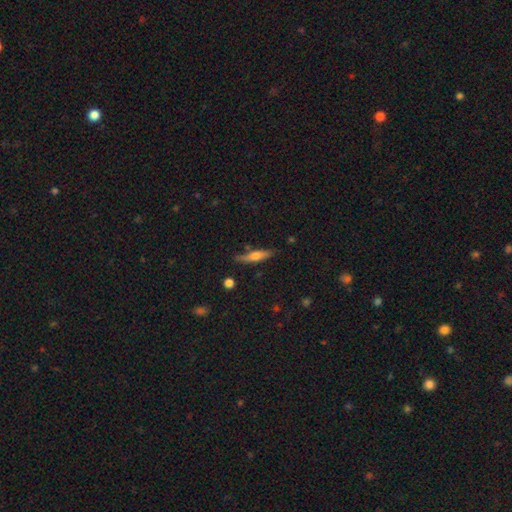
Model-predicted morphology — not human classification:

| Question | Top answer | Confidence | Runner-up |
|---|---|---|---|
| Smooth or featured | smooth | 50% | featured or disk (43%) |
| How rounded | cigar-shaped | 80% | in between (17%) |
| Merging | none | 75% | minor disturbance (18%) |